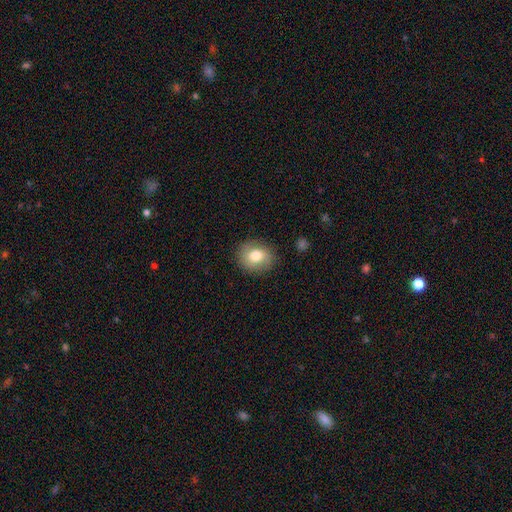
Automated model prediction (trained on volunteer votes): Smooth or featured? Predicted: smooth (p=0.76). How rounded? Predicted: round (p=0.64). Merging? Predicted: none (p=0.84).